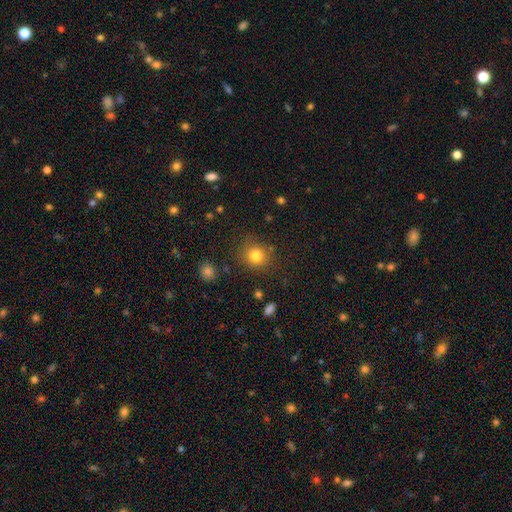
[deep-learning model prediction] Smooth or featured? smooth (81%)
How rounded? round (86%)
Merging? none (82%)